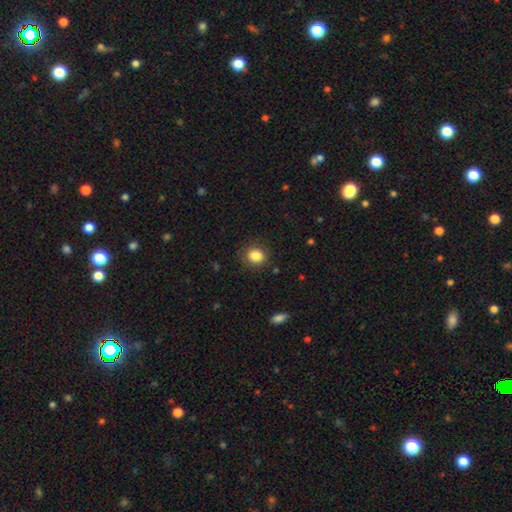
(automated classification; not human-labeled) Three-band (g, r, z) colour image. It shows a smooth galaxy with no disk features (84%) that is round (78%). Merging: none (82%).